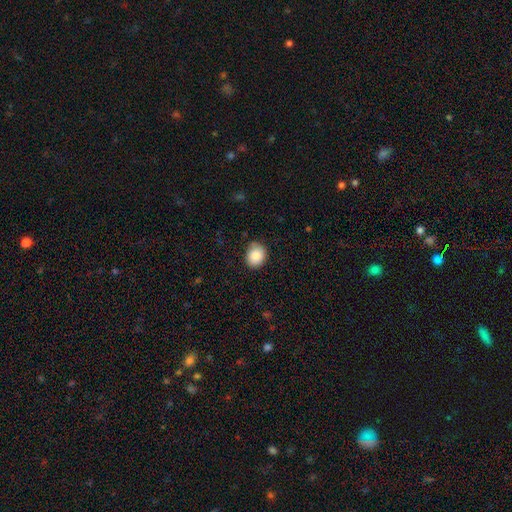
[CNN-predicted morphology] A smooth galaxy with no disk features (87%) that is round (63%). Merging: none (81%).